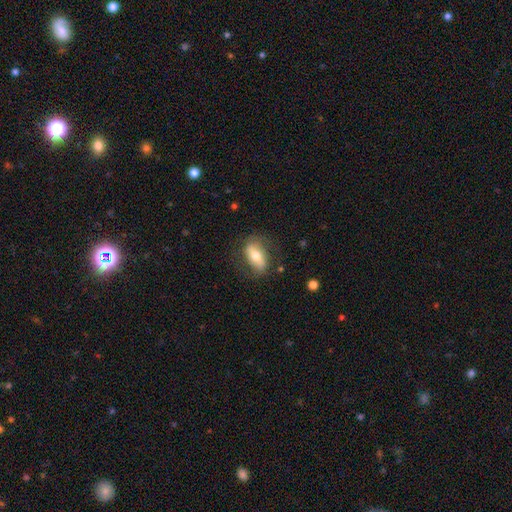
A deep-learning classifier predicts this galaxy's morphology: Smooth or featured: smooth — 51% (featured or disk — 42%)
How rounded: in between — 84% (cigar-shaped — 9%)
Merging: none — 73% (minor disturbance — 18%)